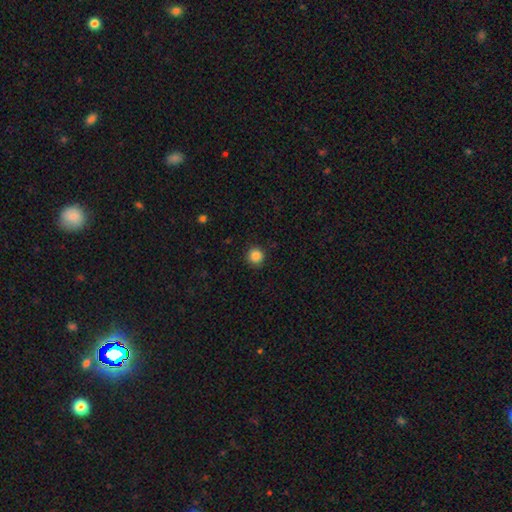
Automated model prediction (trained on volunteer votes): The model was most divided on "smooth or featured": smooth: 86%, star or artifact: 11%, featured or disk: 3%. More confident: how rounded — round (95%); merging — none (91%).